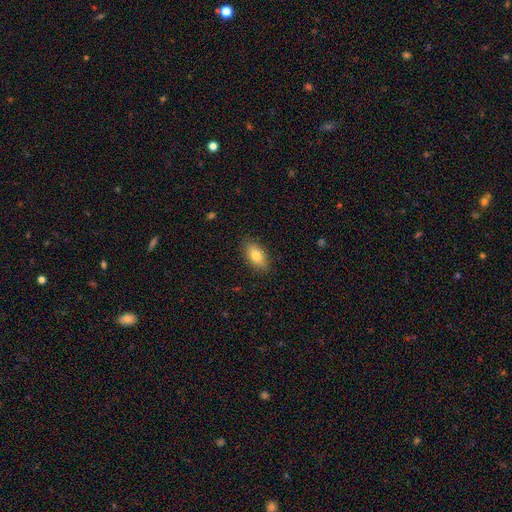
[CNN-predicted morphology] Q: Smooth or featured?
A: smooth (77%); runner-up: featured or disk (15%)
Q: How rounded?
A: in between (89%); runner-up: round (6%)
Q: Merging?
A: none (87%); runner-up: minor disturbance (10%)